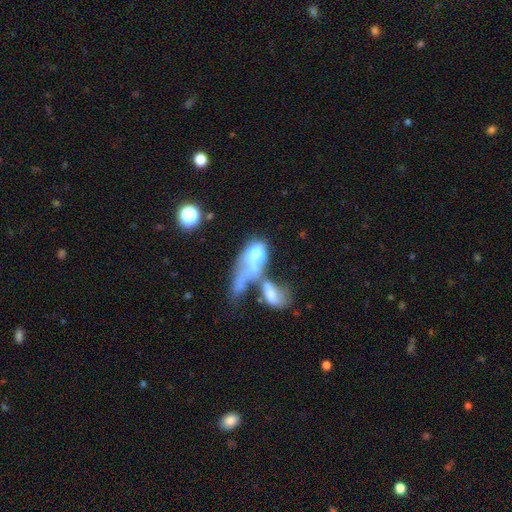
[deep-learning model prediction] smooth 51%, featured or disk 38%, star or artifact 11%. Down the decision tree: how rounded — in between (79%); merging — merger (61%).